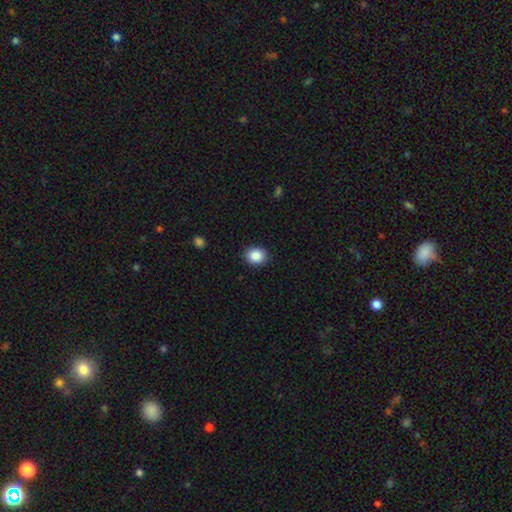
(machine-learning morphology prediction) Smooth or featured? smooth (87%)
How rounded? round (68%)
Merging? none (90%)